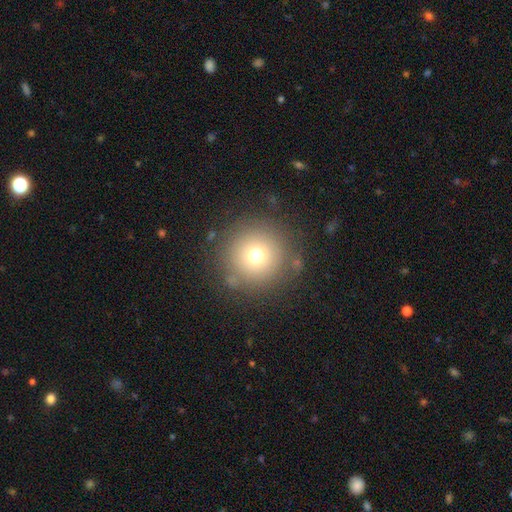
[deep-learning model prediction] A smooth galaxy with no disk features (71%) that is round (96%). Merging: none (84%).